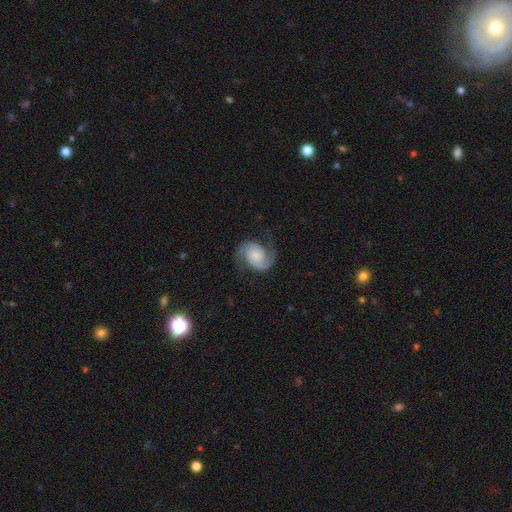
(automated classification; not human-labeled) Smooth or featured?
  - featured or disk: 88% *
  - smooth: 7%
  - star or artifact: 5%
Edge-on disk?
  - no: 98% *
  - yes: 2%
Bar?
  - no: 69% *
  - weak: 25%
  - strong: 6%
Spiral arms?
  - yes: 98% *
  - no: 2%
Spiral winding?
  - medium: 52% *
  - loose: 26%
  - tight: 21%
Spiral arm count?
  - 2: 94% *
  - can't tell: 2%
  - 1: 2%
  - 3: 1%
  - 4: 1%
  - more than 4: 1%
Bulge size?
  - small: 31% *
  - moderate: 28%
  - none: 21%
  - large: 16%
  - dominant: 4%
Merging?
  - none: 76% *
  - minor disturbance: 15%
  - major disturbance: 8%
  - merger: 1%